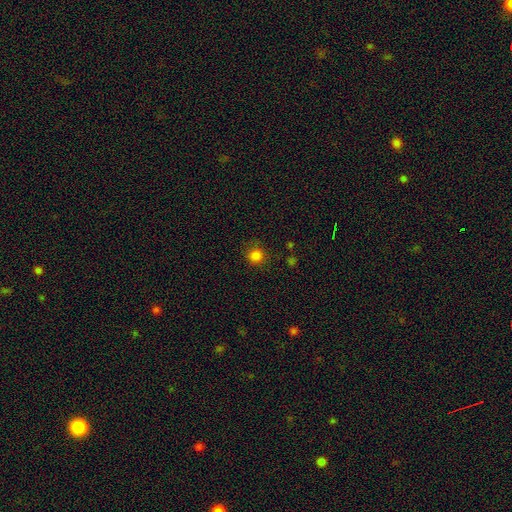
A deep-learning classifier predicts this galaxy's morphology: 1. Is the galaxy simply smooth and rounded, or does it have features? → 83% smooth, 14% star or artifact, 3% featured or disk.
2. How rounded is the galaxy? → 93% round, 6% in between, 1% cigar-shaped.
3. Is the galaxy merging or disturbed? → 86% none, 9% minor disturbance, 3% major disturbance, 2% merger.